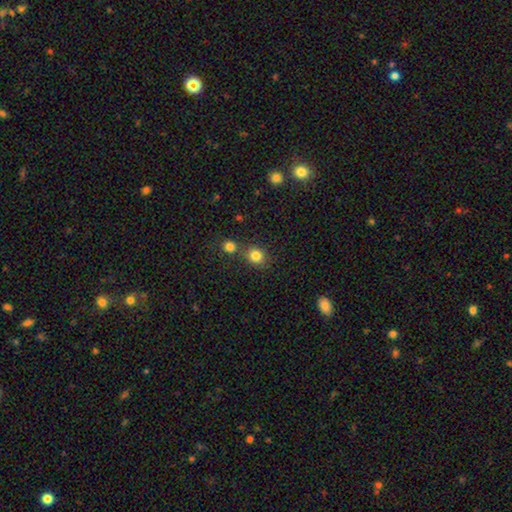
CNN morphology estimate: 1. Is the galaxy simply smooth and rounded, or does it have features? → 82% smooth, 13% star or artifact, 6% featured or disk.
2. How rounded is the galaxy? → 81% round, 18% in between, 1% cigar-shaped.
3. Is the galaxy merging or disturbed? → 66% none, 22% merger, 9% minor disturbance, 3% major disturbance.